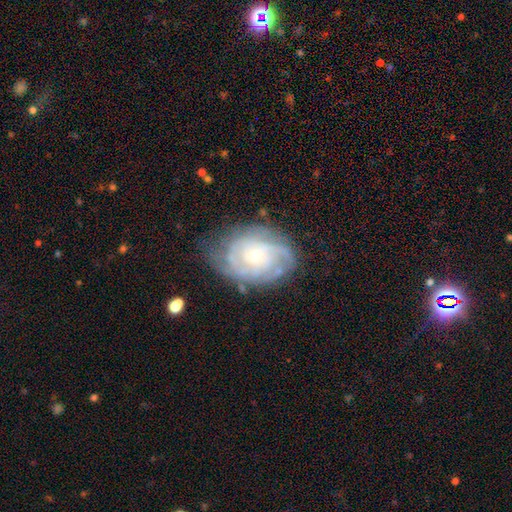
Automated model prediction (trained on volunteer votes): Smooth or featured? featured or disk (79%)
Edge-on disk? no (97%)
Bar? no (76%)
Spiral arms? yes (91%)
Spiral winding? tight (64%)
Spiral arm count? can't tell (41%)
Bulge size? small (68%)
Merging? none (67%)